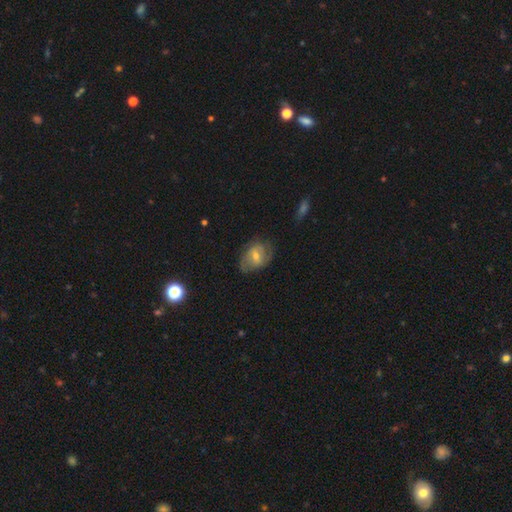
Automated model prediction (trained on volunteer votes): This is possibly a featured or disk galaxy (54%). It is clearly not viewed edge-on (95%). Bar: possibly weak (49%). Spiral arm pattern: likely yes (69%). Central bulge: possibly moderate (52%). Merging: likely none (63%).